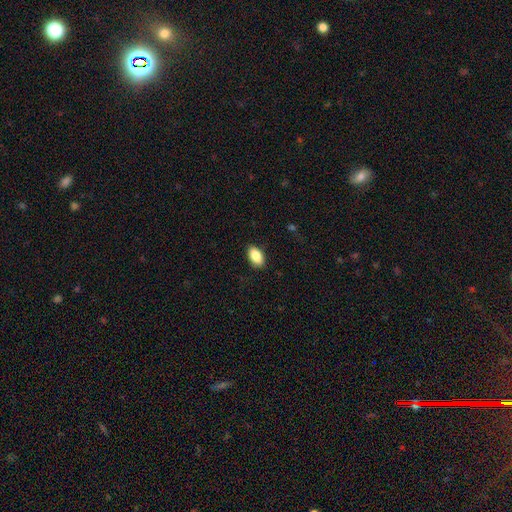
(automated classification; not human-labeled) A smooth galaxy with no disk features (87%) that is in between round and cigar-shaped (92%). Merging: none (88%).